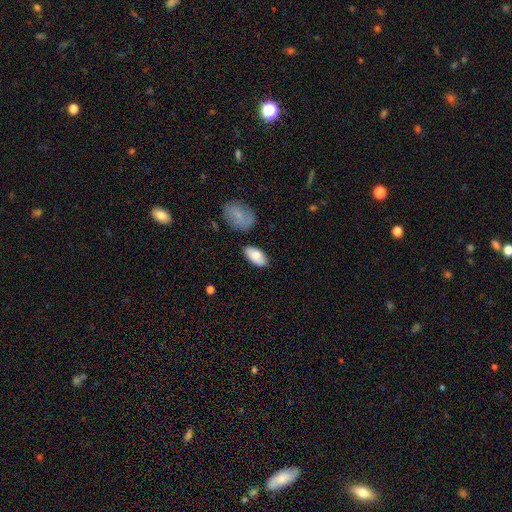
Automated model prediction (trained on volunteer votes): This is clearly a smooth galaxy (80%). How rounded: clearly in between (93%). Merging: likely none (80%).